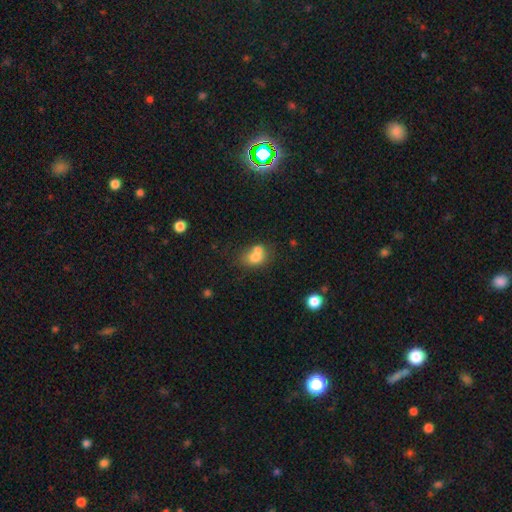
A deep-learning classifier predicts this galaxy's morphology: Smooth or featured? Predicted: smooth (p=0.72). How rounded? Predicted: in between (p=0.51). Merging? Predicted: merger (p=0.52).